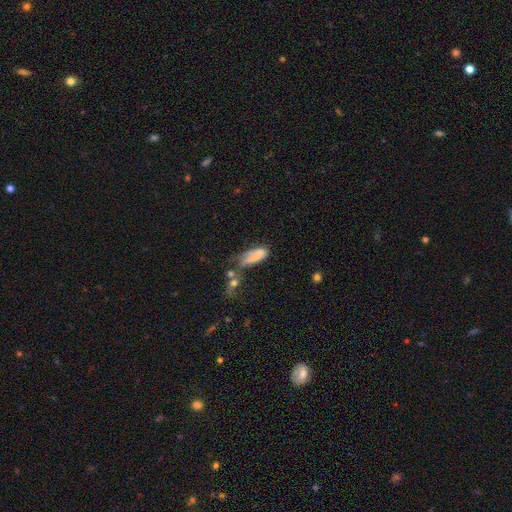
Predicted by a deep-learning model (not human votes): This appears to be a smooth galaxy with no disk features (63%) that is in between round and cigar-shaped (66%). Merging: major disturbance (29%).